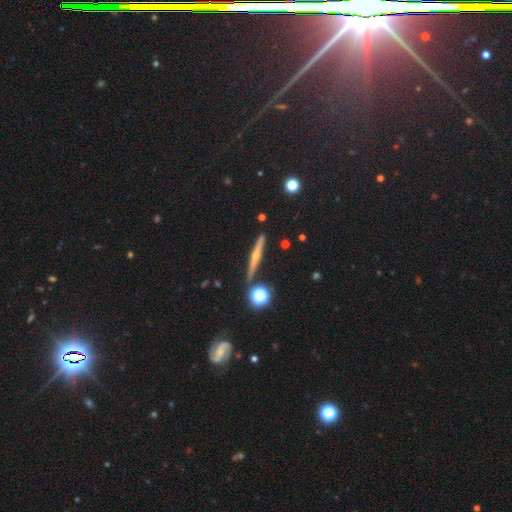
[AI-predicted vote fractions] Smooth or featured?
  - featured or disk: 63% *
  - smooth: 26%
  - star or artifact: 11%
Edge-on disk?
  - yes: 97% *
  - no: 3%
Edge-on bulge?
  - rounded: 76% *
  - none: 18%
  - boxy: 6%
Merging?
  - none: 89% *
  - minor disturbance: 7%
  - merger: 3%
  - major disturbance: 2%